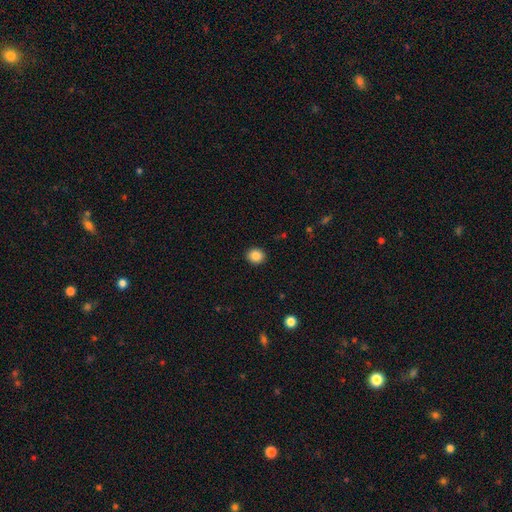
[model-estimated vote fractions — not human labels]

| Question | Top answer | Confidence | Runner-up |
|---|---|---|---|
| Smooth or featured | smooth | 85% | star or artifact (10%) |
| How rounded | round | 74% | in between (25%) |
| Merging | none | 92% | minor disturbance (6%) |